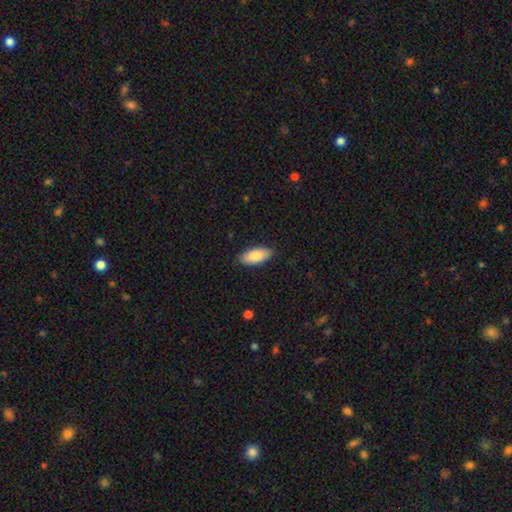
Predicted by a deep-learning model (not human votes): smooth-or-featured: smooth: 86% | featured or disk: 8% | star or artifact: 6%
  how-rounded: in between: 89% | cigar-shaped: 9% | round: 2%
  merging: none: 86% | minor disturbance: 11% | major disturbance: 2% | merger: 1%